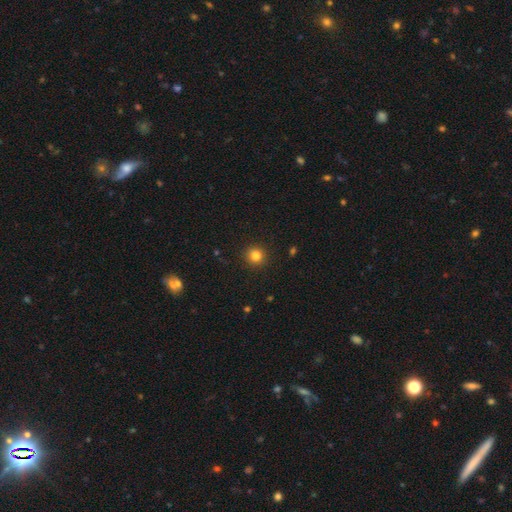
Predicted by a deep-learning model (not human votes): Overall: smooth (83%). How rounded: round (91%). Merging: none (91%).